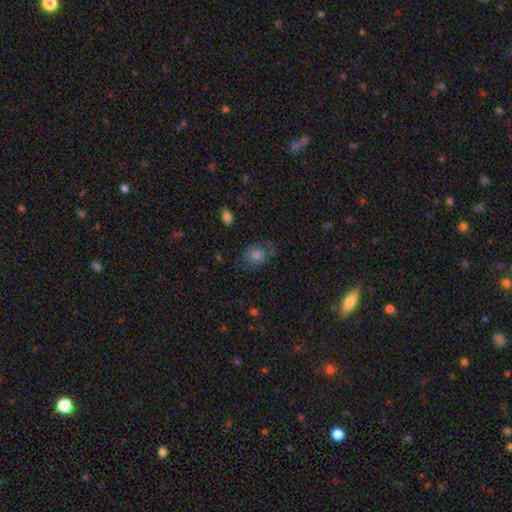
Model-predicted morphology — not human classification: A smooth galaxy with no disk features (63%) that is round (51%). Merging: none (61%).